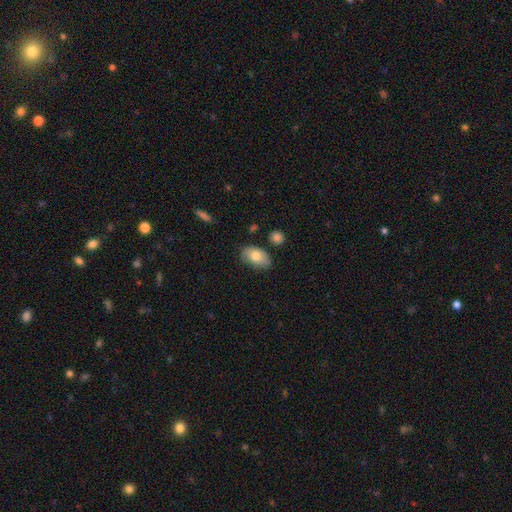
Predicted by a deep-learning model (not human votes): This is likely a smooth galaxy (73%). How rounded: clearly in between (91%). Merging: likely none (64%).